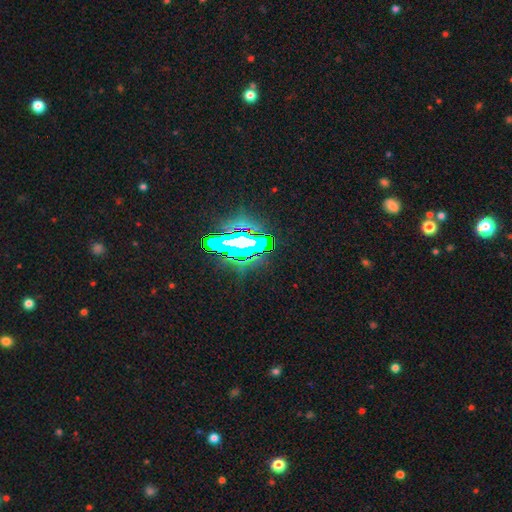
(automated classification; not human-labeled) smooth_or_featured: star or artifact (p=0.81) [alt: smooth p=0.10]